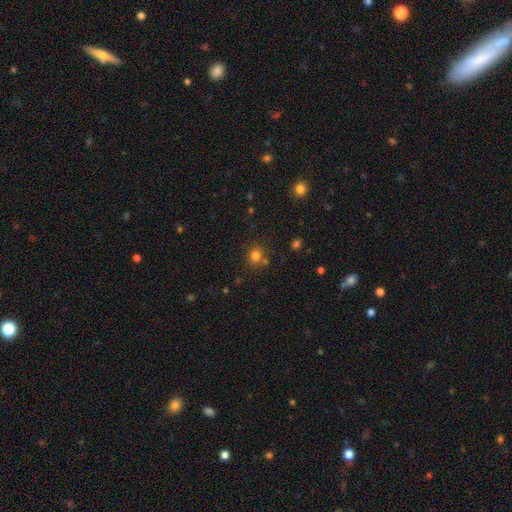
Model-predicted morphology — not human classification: The model was most divided on "merging": none: 74%, merger: 12%, minor disturbance: 10%, major disturbance: 4%. More confident: how rounded — round (83%); smooth or featured — smooth (79%).